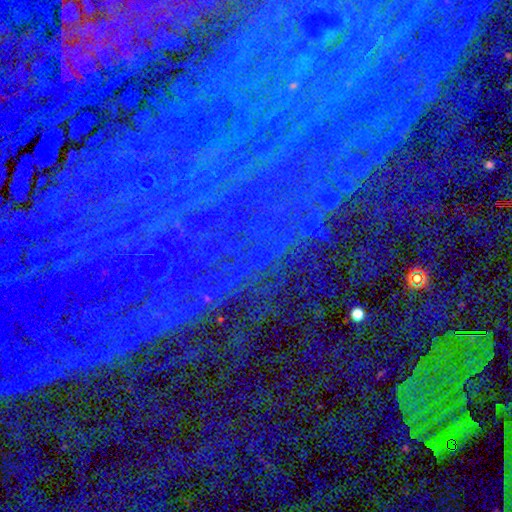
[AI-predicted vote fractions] Overall: star or artifact (85%).